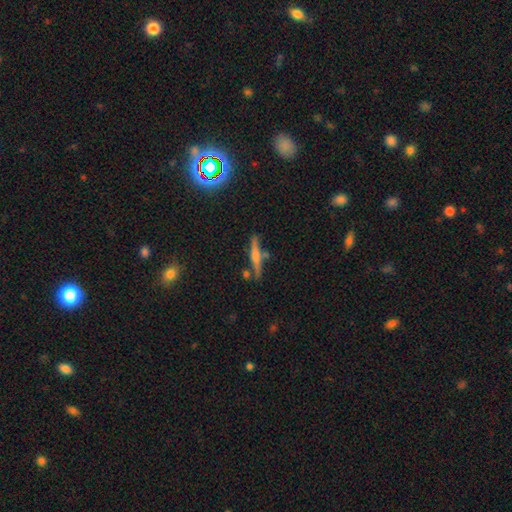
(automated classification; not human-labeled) This appears to be a featured or disk galaxy (56%) viewed edge-on (96%) with a rounded central bulge (71%). Merging: none (76%).